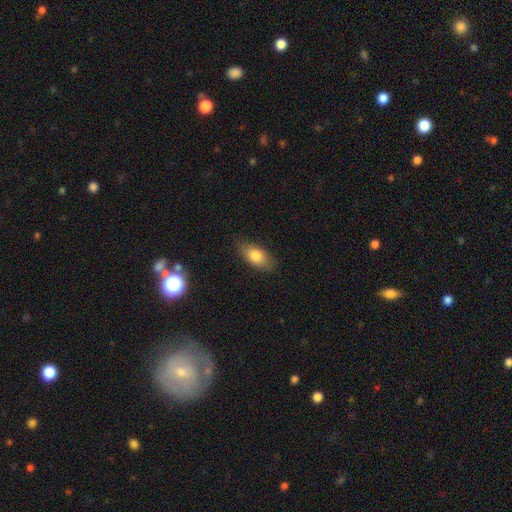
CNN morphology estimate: Smooth or featured? smooth (80%)
How rounded? in between (89%)
Merging? none (81%)